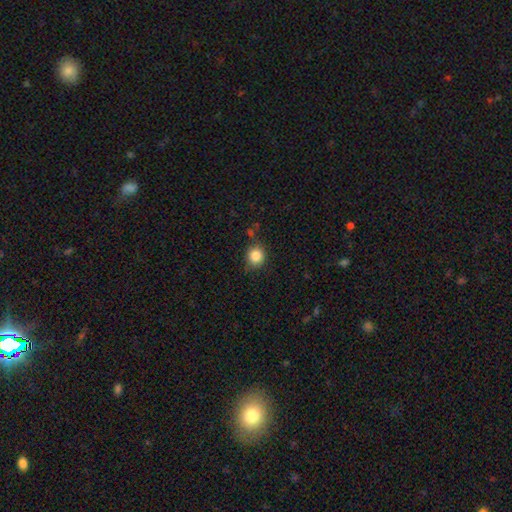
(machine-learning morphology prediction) Smooth or featured?
  - smooth: 85% *
  - star or artifact: 10%
  - featured or disk: 5%
How rounded?
  - round: 88% *
  - in between: 12%
  - cigar-shaped: 1%
Merging?
  - none: 79% *
  - minor disturbance: 15%
  - major disturbance: 4%
  - merger: 3%